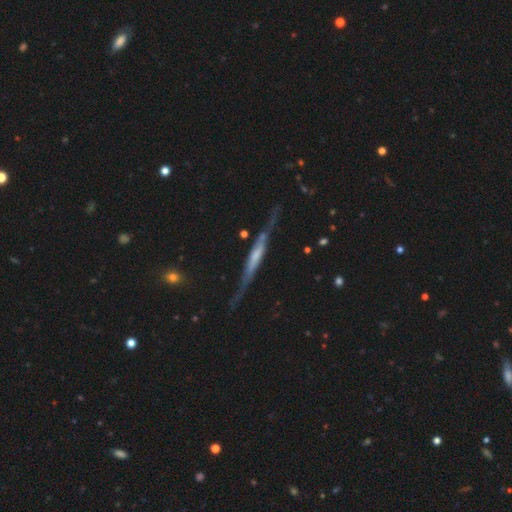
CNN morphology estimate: A featured or disk galaxy (74%) viewed edge-on (91%) with a boxy central bulge (40%). Merging: none (66%).